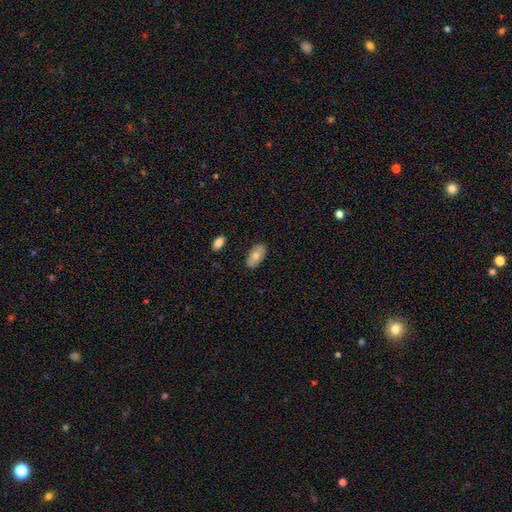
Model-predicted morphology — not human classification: smooth-or-featured: smooth: 68% | featured or disk: 25% | star or artifact: 6%
  how-rounded: in between: 94% | round: 4% | cigar-shaped: 3%
  merging: none: 85% | minor disturbance: 12% | major disturbance: 2% | merger: 2%